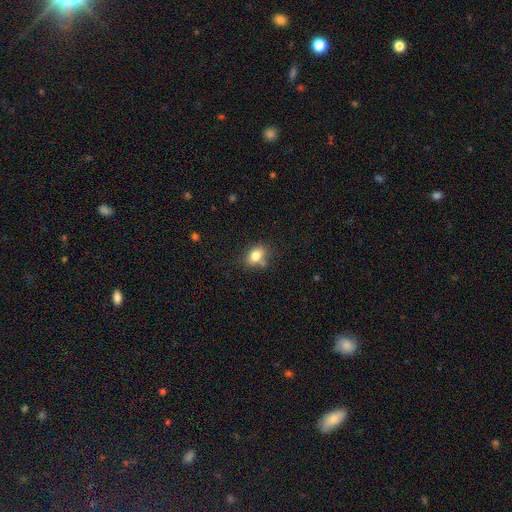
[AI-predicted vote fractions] smooth_or_featured: smooth (p=0.80) [alt: featured or disk p=0.10]
how_rounded: in between (p=0.73) [alt: round p=0.26]
merging: none (p=0.69) [alt: minor disturbance p=0.16]